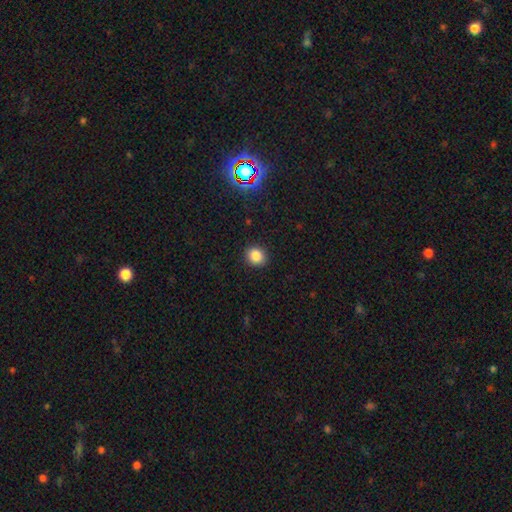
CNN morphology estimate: Smooth or featured? Predicted: smooth (p=0.85). How rounded? Predicted: round (p=0.74). Merging? Predicted: none (p=0.90).